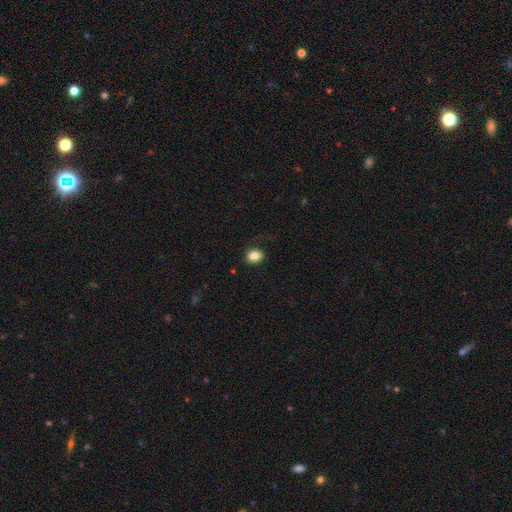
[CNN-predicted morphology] Smooth or featured? Predicted: smooth (p=0.84). How rounded? Predicted: in between (p=0.64). Merging? Predicted: none (p=0.73).